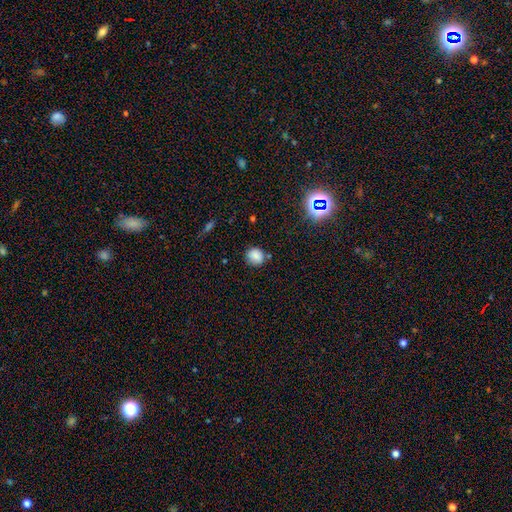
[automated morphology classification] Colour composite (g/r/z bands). It shows a smooth galaxy with no disk features (81%) that is round (80%). Merging: none (78%).